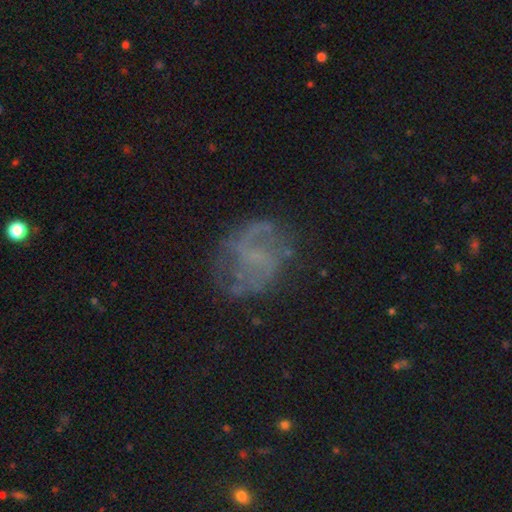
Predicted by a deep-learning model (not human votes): featured or disk 68%, smooth 18%, star or artifact 14%. Down the decision tree: edge-on disk — no (98%); bar — no (51%); spiral arms — yes (79%); spiral arm count — 2 (71%); spiral winding — loose (42%); bulge size — none (64%); merging — none (69%).